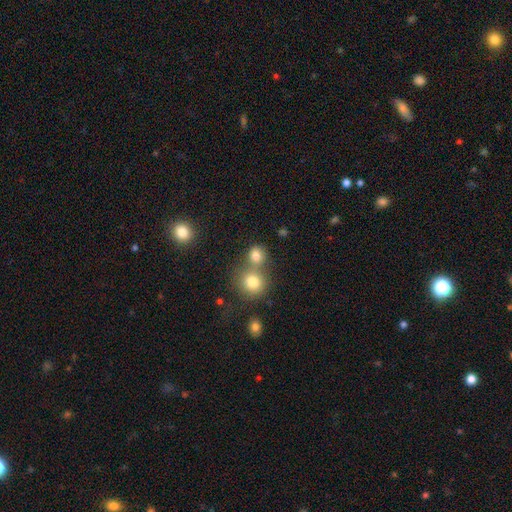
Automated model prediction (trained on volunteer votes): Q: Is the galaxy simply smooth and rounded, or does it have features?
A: smooth — 79%.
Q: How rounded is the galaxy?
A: round — 80%.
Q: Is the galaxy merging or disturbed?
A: none — 53%.